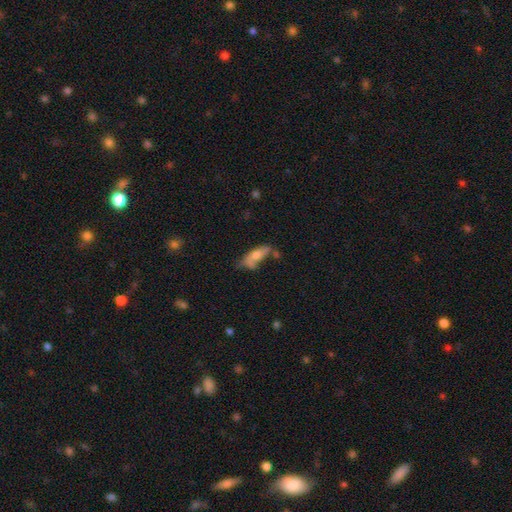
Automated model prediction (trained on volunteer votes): Q: Smooth or featured?
A: smooth (64%); runner-up: featured or disk (28%)
Q: How rounded?
A: in between (66%); runner-up: cigar-shaped (31%)
Q: Merging?
A: none (34%); runner-up: minor disturbance (27%)